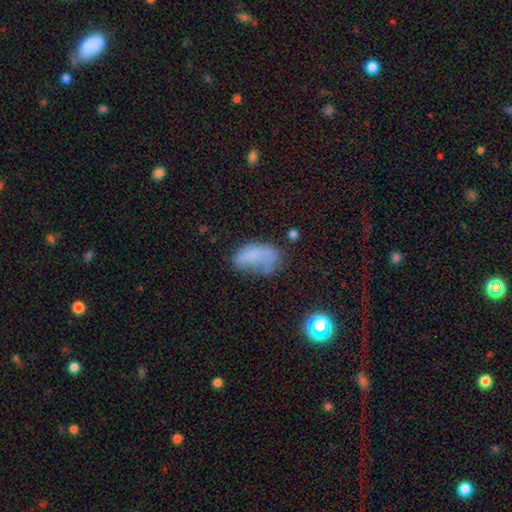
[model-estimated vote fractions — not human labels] Smooth or featured?
  - smooth: 64% *
  - featured or disk: 23%
  - star or artifact: 13%
How rounded?
  - in between: 90% *
  - round: 7%
  - cigar-shaped: 3%
Merging?
  - none: 33% *
  - minor disturbance: 31%
  - major disturbance: 29%
  - merger: 7%